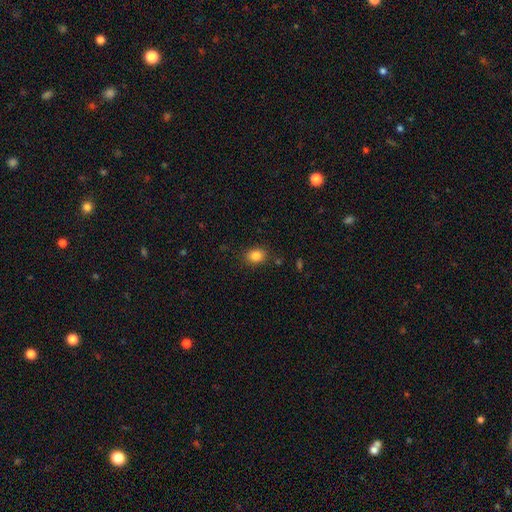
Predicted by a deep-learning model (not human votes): Smooth or featured? Predicted: smooth (p=0.84). How rounded? Predicted: in between (p=0.53). Merging? Predicted: none (p=0.86).